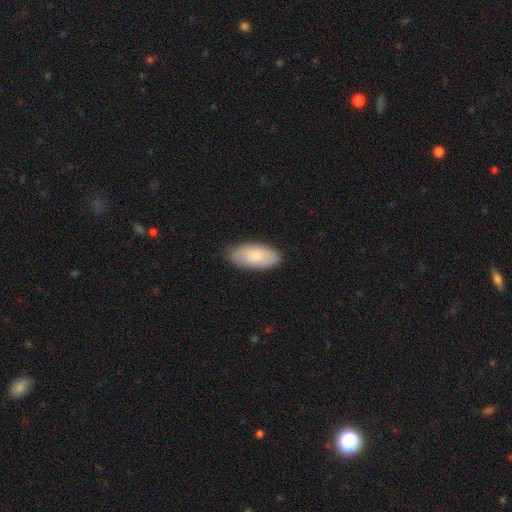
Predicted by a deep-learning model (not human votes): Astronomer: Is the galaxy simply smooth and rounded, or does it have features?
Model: smooth — 77%.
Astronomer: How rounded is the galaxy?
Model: in between — 92%.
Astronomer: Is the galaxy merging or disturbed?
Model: none — 86%.